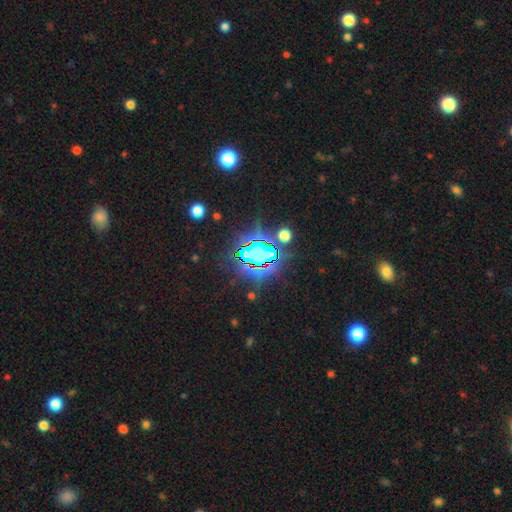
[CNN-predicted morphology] Smooth or featured? Predicted: star or artifact (p=0.81).